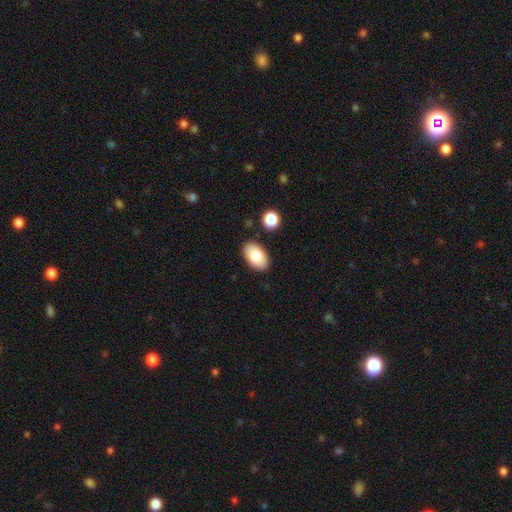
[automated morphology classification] The model was most divided on "smooth or featured": smooth: 85%, featured or disk: 9%, star or artifact: 6%. More confident: how rounded — in between (94%); merging — none (86%).